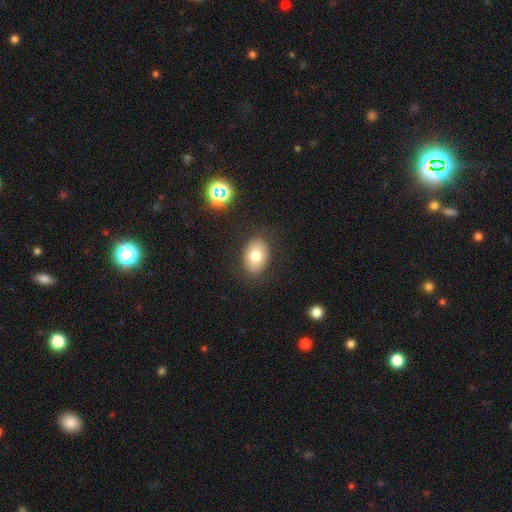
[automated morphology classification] A smooth galaxy with no disk features (77%) that is in between round and cigar-shaped (79%). Merging: none (85%).